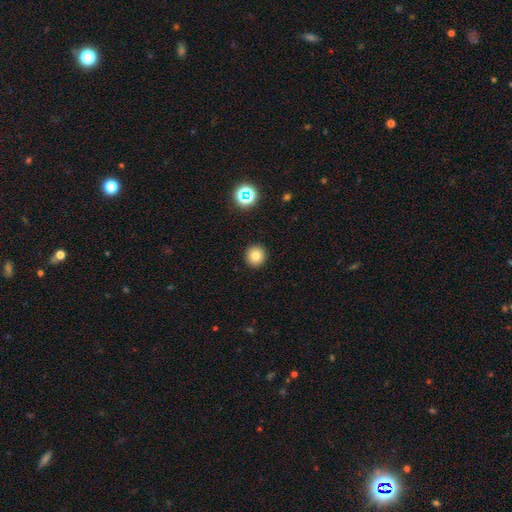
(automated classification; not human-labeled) Smooth or featured: smooth — 80% (star or artifact — 13%)
How rounded: round — 92% (in between — 7%)
Merging: none — 93% (minor disturbance — 5%)